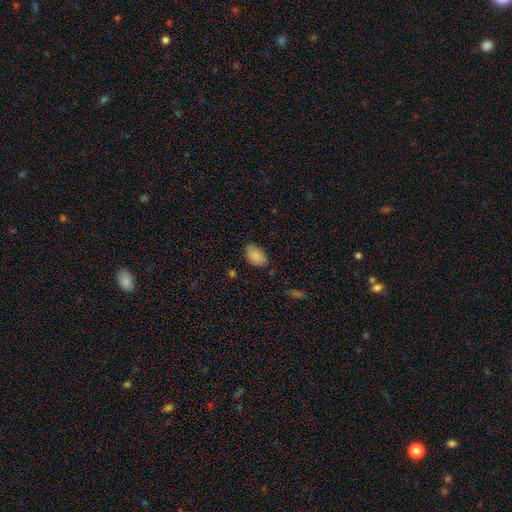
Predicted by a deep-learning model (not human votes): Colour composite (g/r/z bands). It shows a smooth galaxy with no disk features (88%) that is in between round and cigar-shaped (91%). Merging: none (80%).